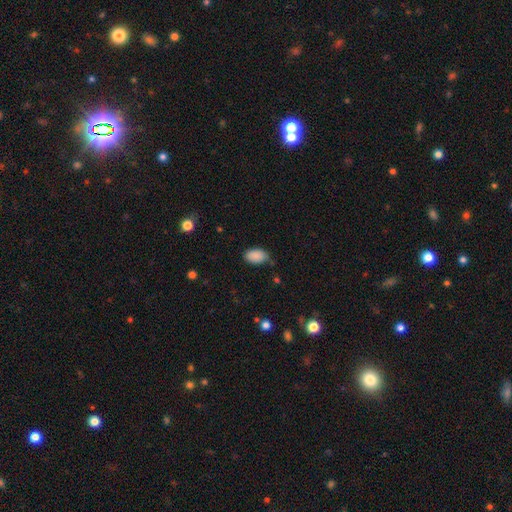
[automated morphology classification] This is clearly a smooth galaxy (89%). How rounded: clearly in between (92%). Merging: likely none (72%).